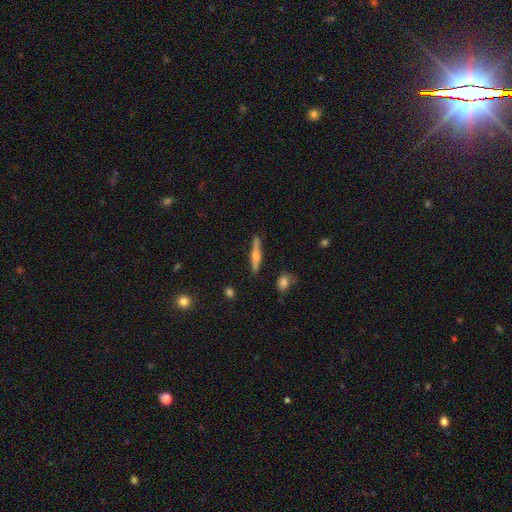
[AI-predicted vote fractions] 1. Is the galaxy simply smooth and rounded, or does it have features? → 55% featured or disk, 39% smooth, 7% star or artifact.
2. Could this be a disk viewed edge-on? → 97% yes, 3% no.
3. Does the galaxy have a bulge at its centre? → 82% rounded, 11% boxy, 8% none.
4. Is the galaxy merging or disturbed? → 86% none, 10% minor disturbance, 2% merger, 2% major disturbance.